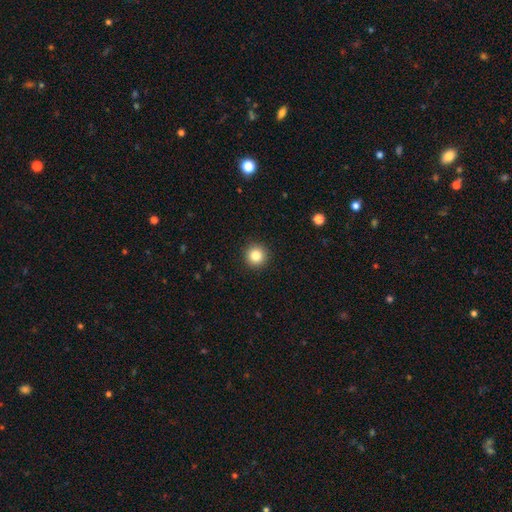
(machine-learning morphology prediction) Smooth or featured? Predicted: smooth (p=0.84). How rounded? Predicted: round (p=0.96). Merging? Predicted: none (p=0.93).